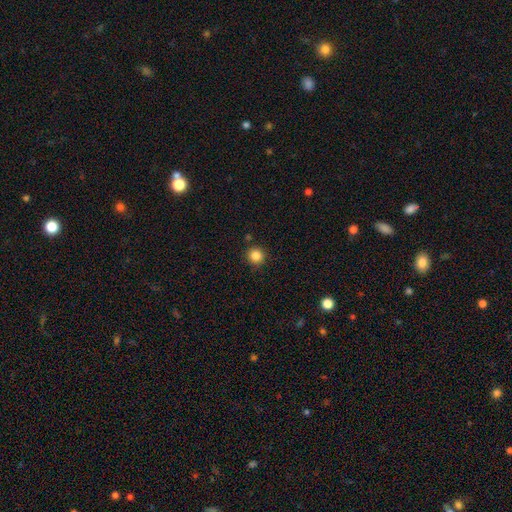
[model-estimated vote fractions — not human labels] A smooth galaxy with no disk features (85%) that is round (94%).

Vote fractions:
- Smooth or featured? smooth: 85% / star or artifact: 11% / featured or disk: 4%
- How rounded? round: 94% / in between: 5% / cigar-shaped: 1%
- Merging? none: 89% / minor disturbance: 7% / merger: 3% / major disturbance: 2%